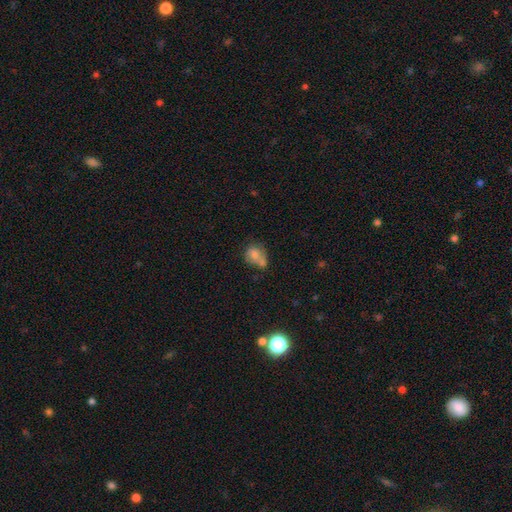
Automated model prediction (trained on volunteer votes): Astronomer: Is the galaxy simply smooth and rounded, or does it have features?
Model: smooth — 69%.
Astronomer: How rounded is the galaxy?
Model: round — 54% (runner-up: in between, 45%).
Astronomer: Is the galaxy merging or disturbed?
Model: merger — 46% (runner-up: none, 29%).